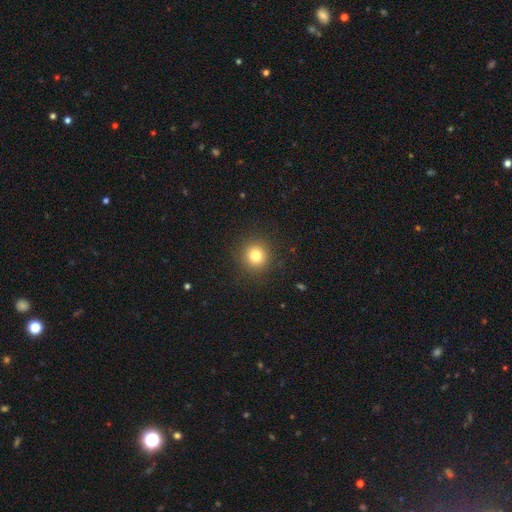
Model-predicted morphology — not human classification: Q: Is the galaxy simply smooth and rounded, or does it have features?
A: smooth — 80%.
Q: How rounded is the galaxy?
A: round — 93%.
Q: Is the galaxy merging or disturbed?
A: none — 91%.